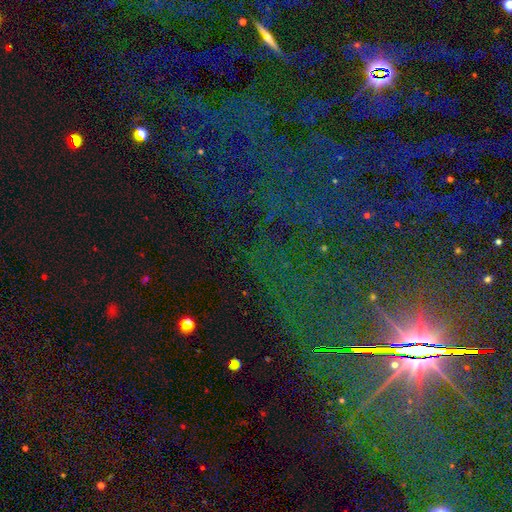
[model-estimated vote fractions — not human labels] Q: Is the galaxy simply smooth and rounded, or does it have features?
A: star or artifact — 83%.